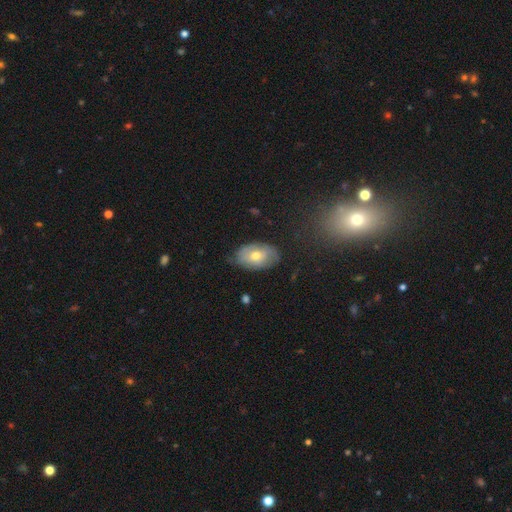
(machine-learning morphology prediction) This is possibly a smooth galaxy (60%). How rounded: clearly in between (91%). Merging: likely none (69%).